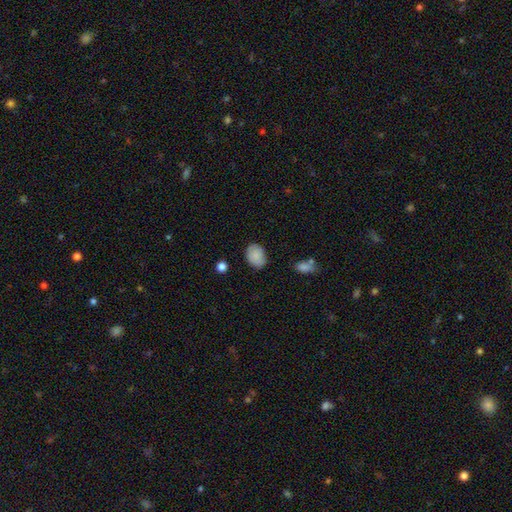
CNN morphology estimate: smooth-or-featured: smooth: 86% | star or artifact: 7% | featured or disk: 7%
  how-rounded: in between: 67% | round: 32% | cigar-shaped: 1%
  merging: none: 78% | minor disturbance: 17% | major disturbance: 3% | merger: 2%